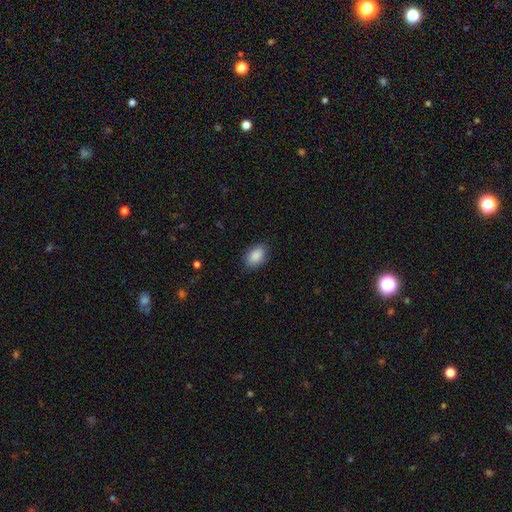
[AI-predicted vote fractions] smooth_or_featured: smooth (p=0.90) [alt: star or artifact p=0.07]
how_rounded: in between (p=0.89) [alt: round p=0.10]
merging: none (p=0.85) [alt: minor disturbance p=0.11]